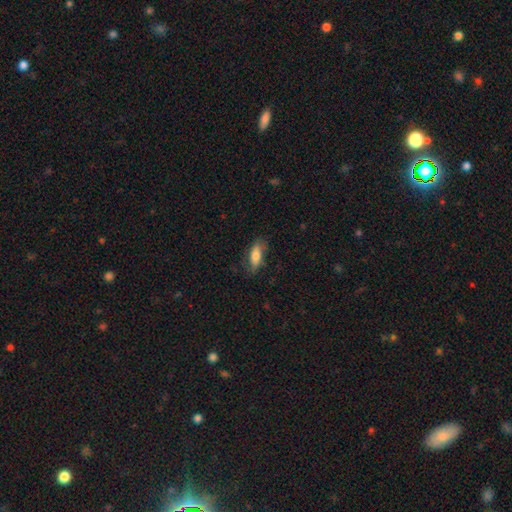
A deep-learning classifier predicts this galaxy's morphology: Smooth or featured? Predicted: smooth (p=0.74). How rounded? Predicted: in between (p=0.72). Merging? Predicted: none (p=0.70).